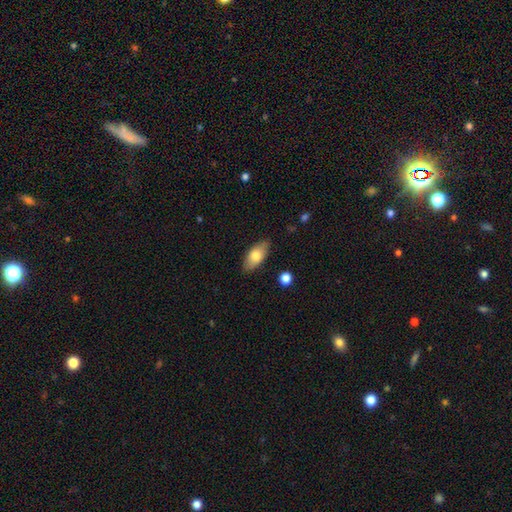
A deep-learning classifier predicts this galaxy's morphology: A smooth galaxy with no disk features (76%) that is in between round and cigar-shaped (89%).

Vote fractions:
- Smooth or featured? smooth: 76% / featured or disk: 17% / star or artifact: 6%
- How rounded? in between: 89% / cigar-shaped: 8% / round: 3%
- Merging? none: 84% / minor disturbance: 12% / major disturbance: 2% / merger: 1%